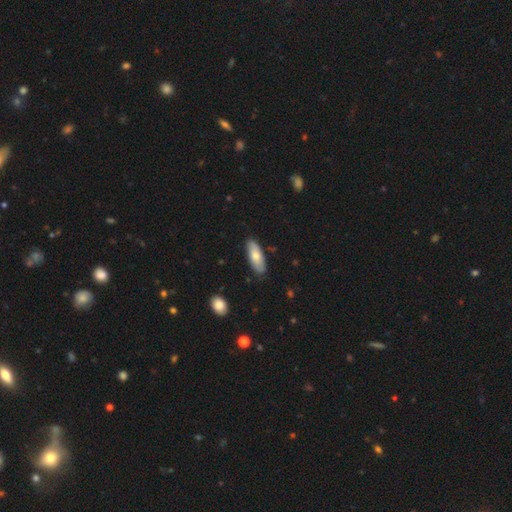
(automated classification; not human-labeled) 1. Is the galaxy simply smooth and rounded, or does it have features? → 72% smooth, 23% featured or disk, 5% star or artifact.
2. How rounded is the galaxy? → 73% in between, 25% cigar-shaped, 2% round.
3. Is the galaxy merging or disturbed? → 84% none, 12% minor disturbance, 2% major disturbance, 2% merger.